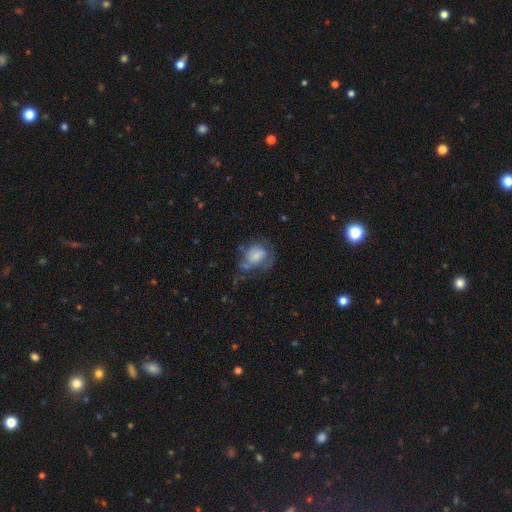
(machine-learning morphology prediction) A smooth galaxy with no disk features (46%). Merging: major disturbance (39%).